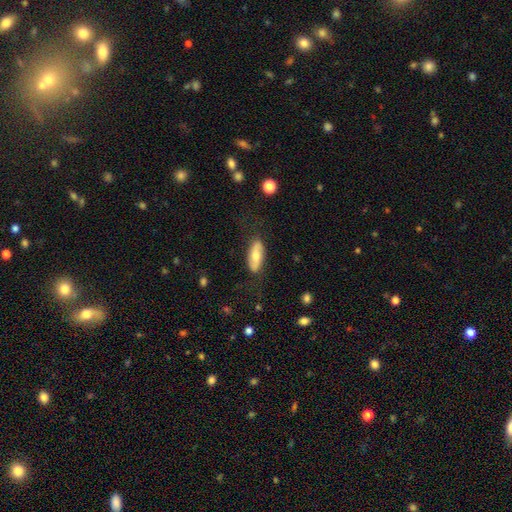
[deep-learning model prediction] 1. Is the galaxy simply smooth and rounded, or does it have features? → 59% smooth, 35% featured or disk, 6% star or artifact.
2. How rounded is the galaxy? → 71% in between, 26% cigar-shaped, 3% round.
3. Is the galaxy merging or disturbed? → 75% none, 17% minor disturbance, 6% major disturbance, 2% merger.